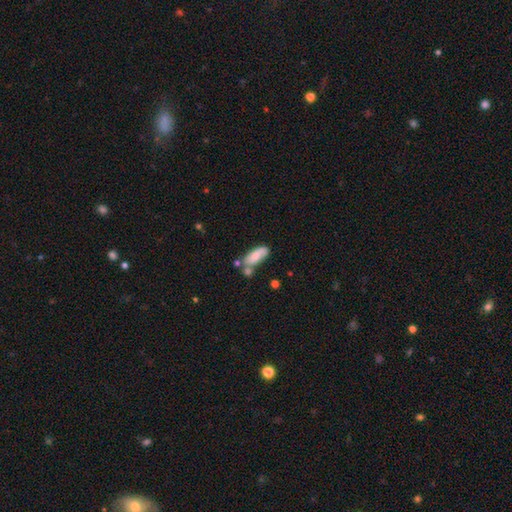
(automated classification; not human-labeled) Morphology: type=smooth (69%); roundness=in between (74%); merging=none (42%).